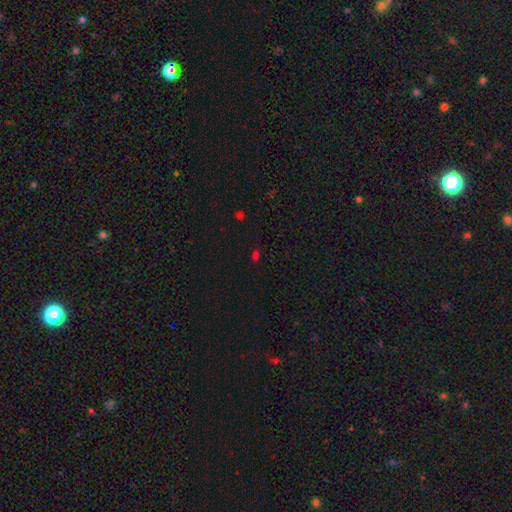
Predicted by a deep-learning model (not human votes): smooth 53%, star or artifact 41%, featured or disk 6%. Down the decision tree: how rounded — in between (68%); merging — none (80%).